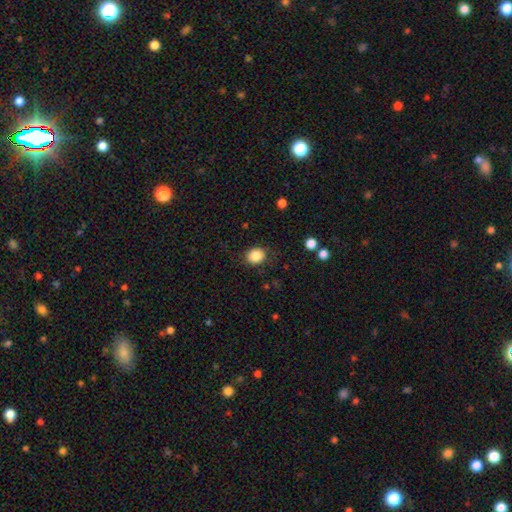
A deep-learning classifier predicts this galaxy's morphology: smooth_or_featured: smooth (p=0.86) [alt: star or artifact p=0.09]
how_rounded: round (p=0.67) [alt: in between p=0.32]
merging: none (p=0.83) [alt: minor disturbance p=0.12]